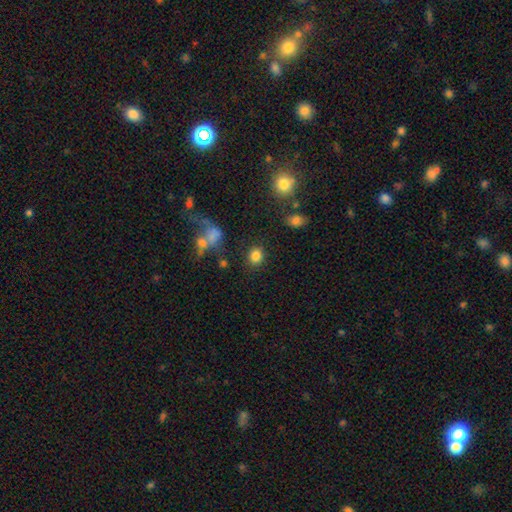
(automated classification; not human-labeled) Smooth or featured? Predicted: smooth (p=0.82). How rounded? Predicted: round (p=0.72). Merging? Predicted: none (p=0.83).